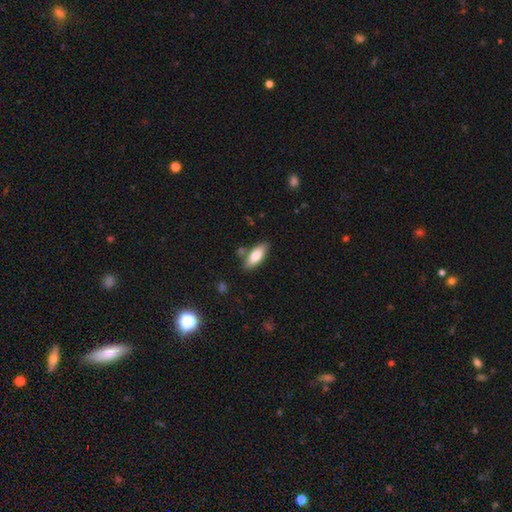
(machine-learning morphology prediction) Smooth or featured? smooth (75%)
How rounded? in between (71%)
Merging? none (79%)